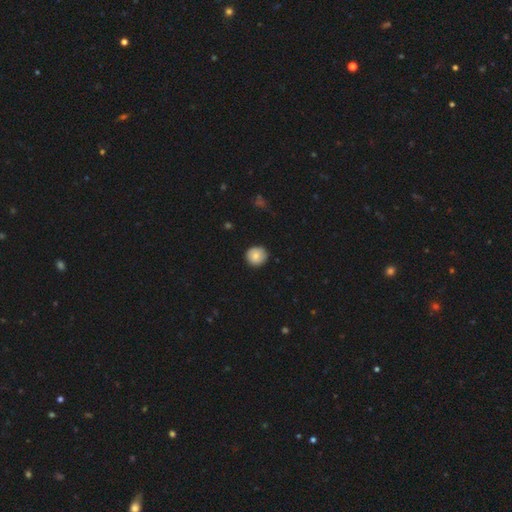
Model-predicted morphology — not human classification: A smooth galaxy with no disk features (81%) that is round (93%). Merging: none (87%).